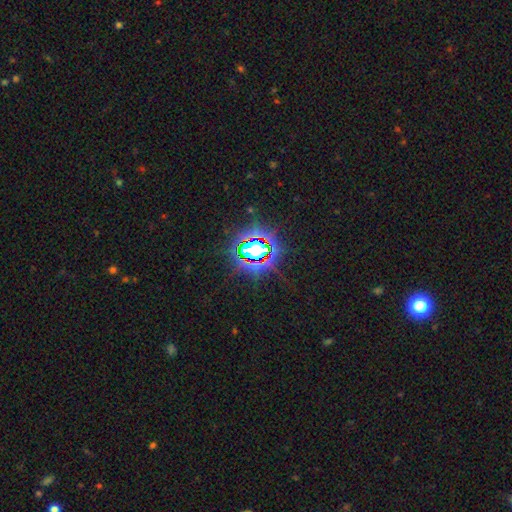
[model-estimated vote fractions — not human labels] smooth-or-featured: star or artifact: 75% | smooth: 15% | featured or disk: 10%